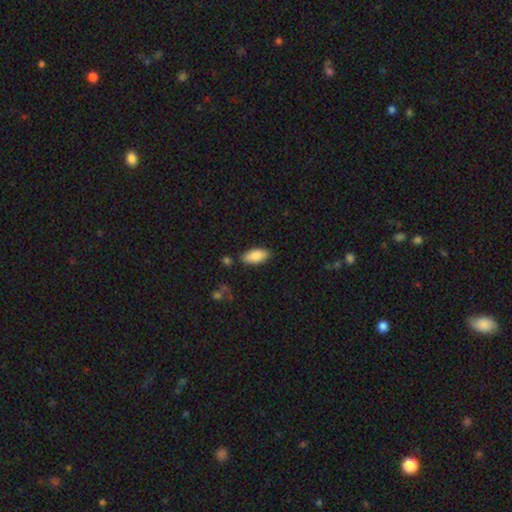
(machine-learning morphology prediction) Q: Smooth or featured?
A: smooth (87%); runner-up: featured or disk (7%)
Q: How rounded?
A: in between (89%); runner-up: cigar-shaped (9%)
Q: Merging?
A: none (82%); runner-up: minor disturbance (12%)